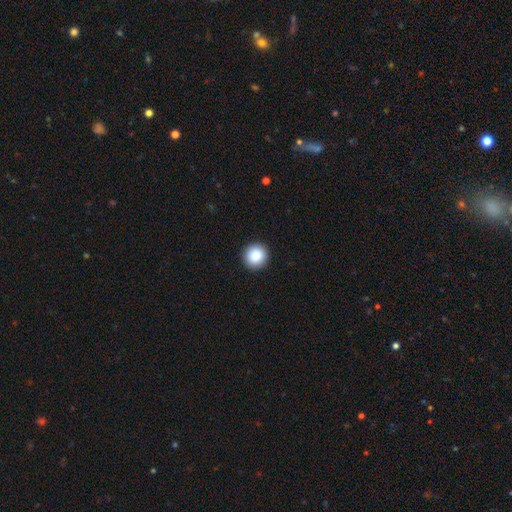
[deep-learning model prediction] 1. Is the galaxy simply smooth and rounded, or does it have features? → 83% smooth, 9% star or artifact, 8% featured or disk.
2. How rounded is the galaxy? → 95% round, 4% in between, 1% cigar-shaped.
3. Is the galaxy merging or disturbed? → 94% none, 4% minor disturbance, 1% major disturbance, 1% merger.